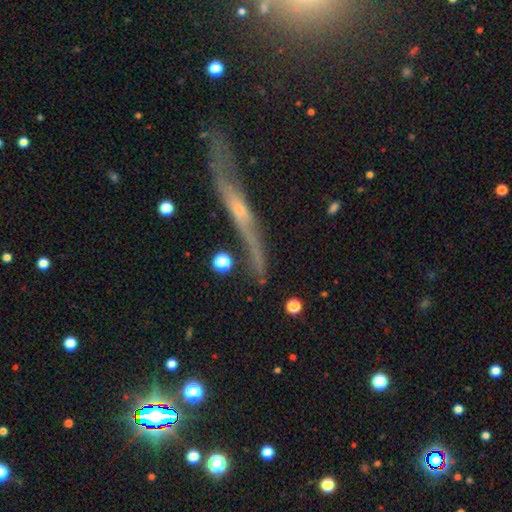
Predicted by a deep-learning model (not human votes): Smooth or featured: featured or disk — 66% (smooth — 22%)
Edge-on disk: yes — 83% (no — 17%)
Edge-on bulge: rounded — 50% (none — 40%)
Merging: none — 68% (minor disturbance — 19%)